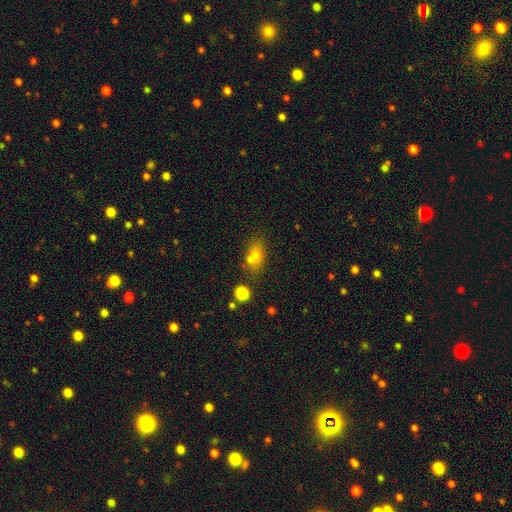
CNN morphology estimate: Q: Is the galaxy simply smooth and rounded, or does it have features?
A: smooth — 69%.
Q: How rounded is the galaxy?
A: in between — 72%.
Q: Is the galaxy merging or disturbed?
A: none — 52%.